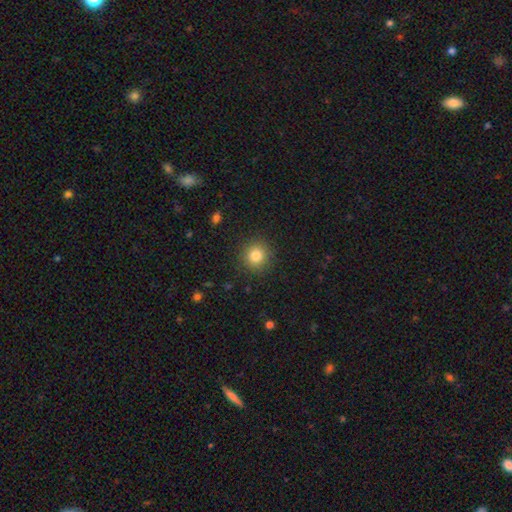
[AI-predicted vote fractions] Morphology: type=smooth (83%); roundness=round (93%); merging=none (90%).